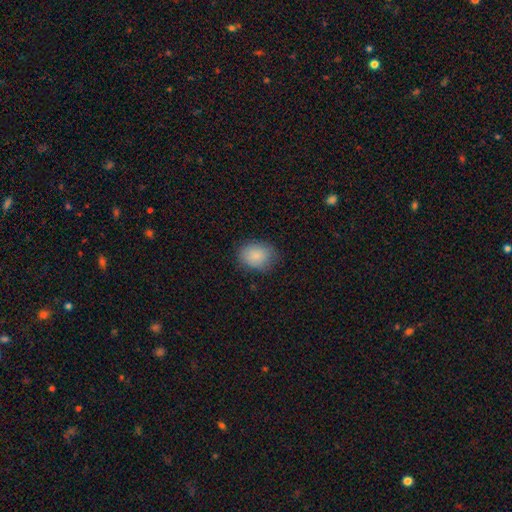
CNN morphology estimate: Smooth or featured: smooth — 86% (star or artifact — 8%)
How rounded: in between — 50% (round — 49%)
Merging: none — 76% (minor disturbance — 18%)